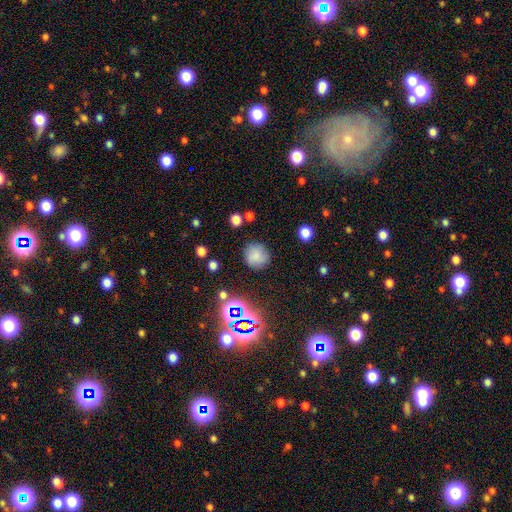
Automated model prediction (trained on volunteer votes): Smooth or featured?
  - smooth: 77% *
  - star or artifact: 15%
  - featured or disk: 8%
How rounded?
  - round: 91% *
  - in between: 8%
  - cigar-shaped: 1%
Merging?
  - none: 82% *
  - minor disturbance: 12%
  - major disturbance: 4%
  - merger: 2%